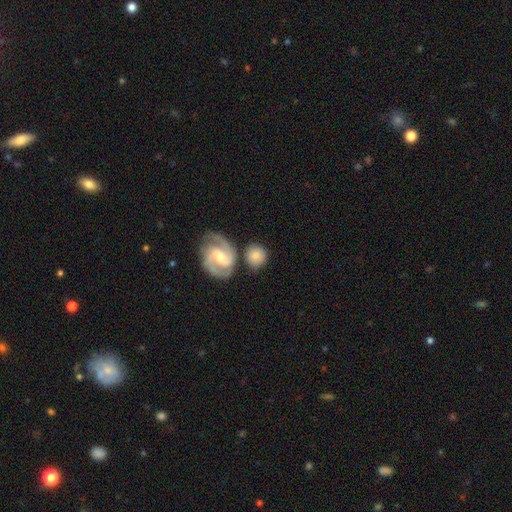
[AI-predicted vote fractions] Morphology: type=smooth (60%); roundness=round (83%); merging=none (69%).